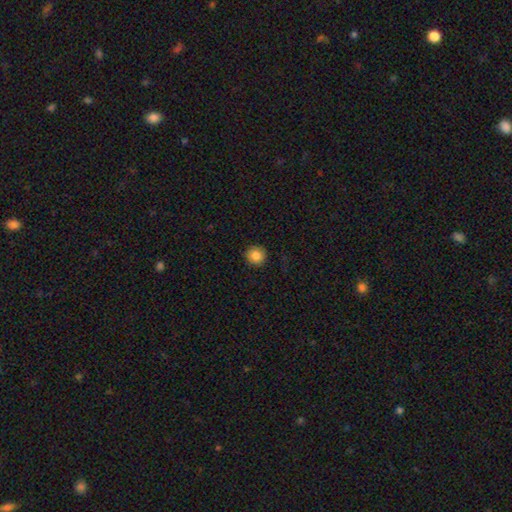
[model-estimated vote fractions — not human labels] Overall: smooth (86%). How rounded: round (94%). Merging: none (91%).